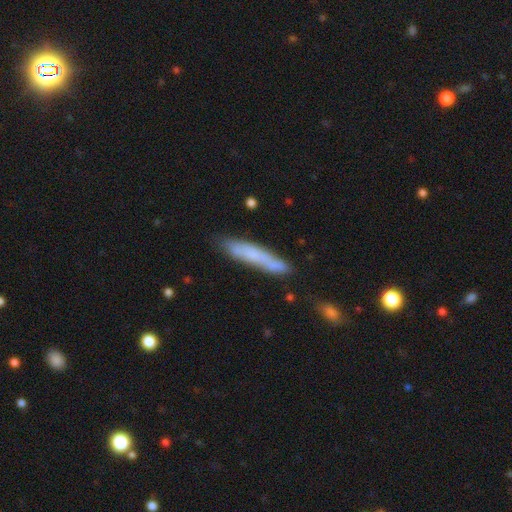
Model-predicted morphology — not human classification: Smooth or featured? smooth (61%)
How rounded? cigar-shaped (91%)
Merging? none (75%)